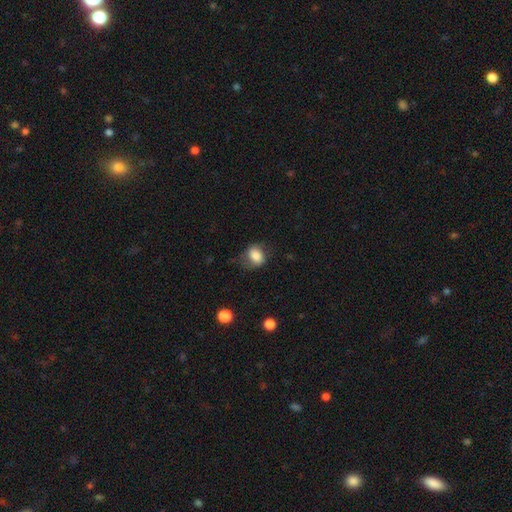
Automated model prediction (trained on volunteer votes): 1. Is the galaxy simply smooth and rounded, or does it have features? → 76% smooth, 15% featured or disk, 8% star or artifact.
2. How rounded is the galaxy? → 53% in between, 45% round, 1% cigar-shaped.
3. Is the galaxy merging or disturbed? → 52% none, 29% minor disturbance, 17% major disturbance, 2% merger.